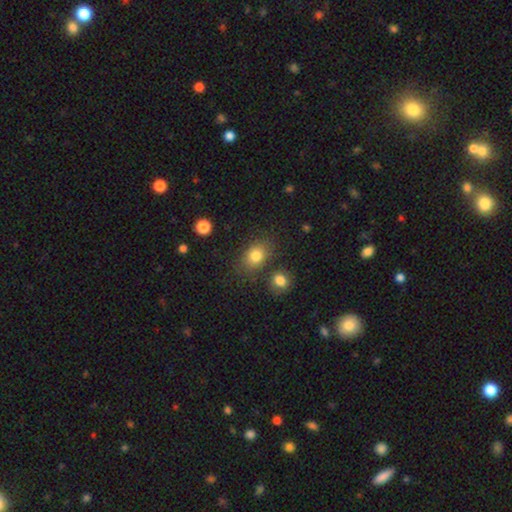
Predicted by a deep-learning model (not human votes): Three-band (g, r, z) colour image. It shows a smooth galaxy with no disk features (80%) that is in between round and cigar-shaped (69%). Merging: none (73%).